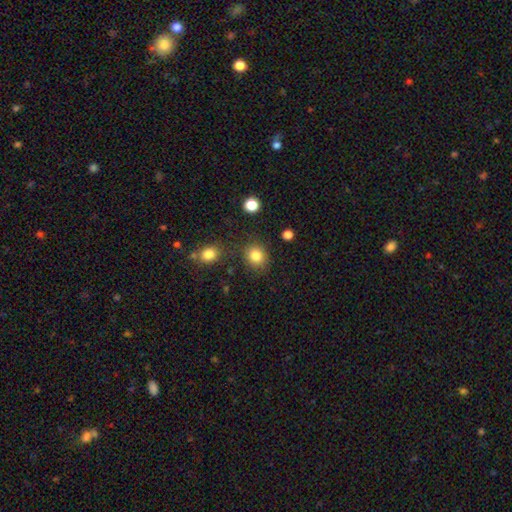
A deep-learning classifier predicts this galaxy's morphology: Q: Smooth or featured?
A: smooth (83%); runner-up: star or artifact (11%)
Q: How rounded?
A: round (79%); runner-up: in between (20%)
Q: Merging?
A: none (83%); runner-up: minor disturbance (10%)